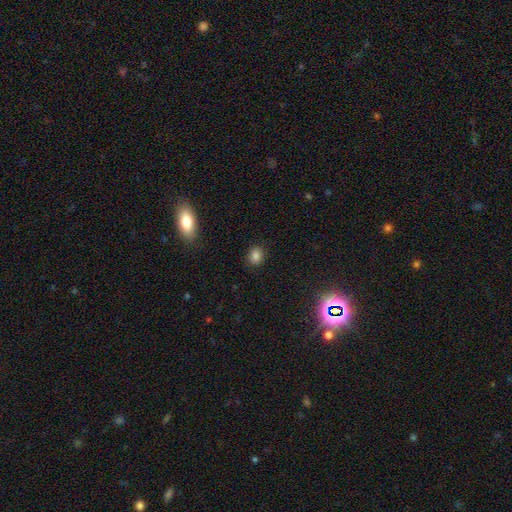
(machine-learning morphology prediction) Smooth or featured?
  - smooth: 81% *
  - star or artifact: 14%
  - featured or disk: 5%
How rounded?
  - round: 58% *
  - in between: 41%
  - cigar-shaped: 1%
Merging?
  - none: 87% *
  - minor disturbance: 10%
  - major disturbance: 3%
  - merger: 1%